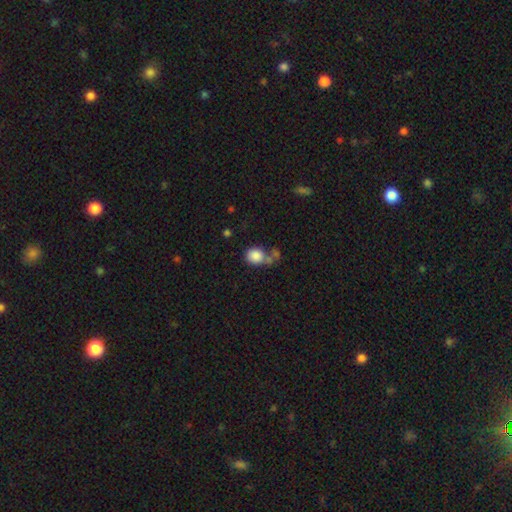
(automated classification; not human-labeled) A smooth galaxy with no disk features (84%) that is round (66%). Merging: none (47%).